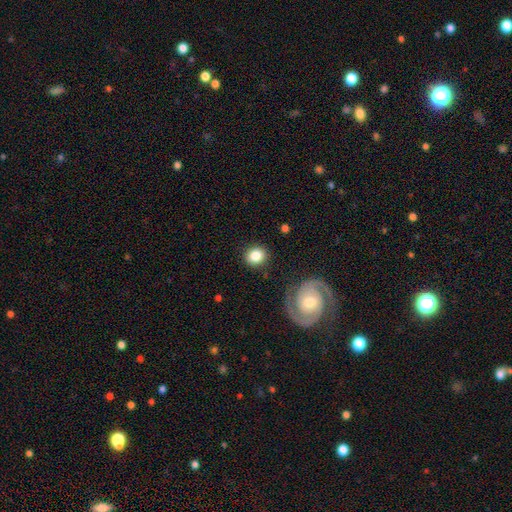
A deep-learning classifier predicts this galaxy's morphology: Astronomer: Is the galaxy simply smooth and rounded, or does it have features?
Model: smooth — 82%.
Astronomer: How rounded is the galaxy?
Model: round — 80%.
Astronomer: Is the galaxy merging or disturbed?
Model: none — 86%.